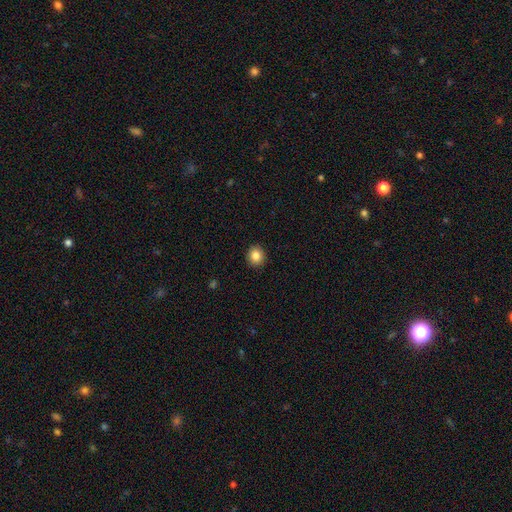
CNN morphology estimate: A smooth galaxy with no disk features (85%) that is round (83%). Merging: none (92%).